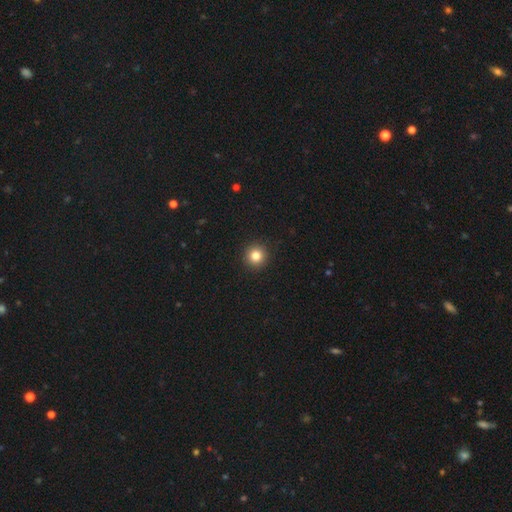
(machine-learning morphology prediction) A smooth galaxy with no disk features (82%) that is round (95%). Merging: none (93%).